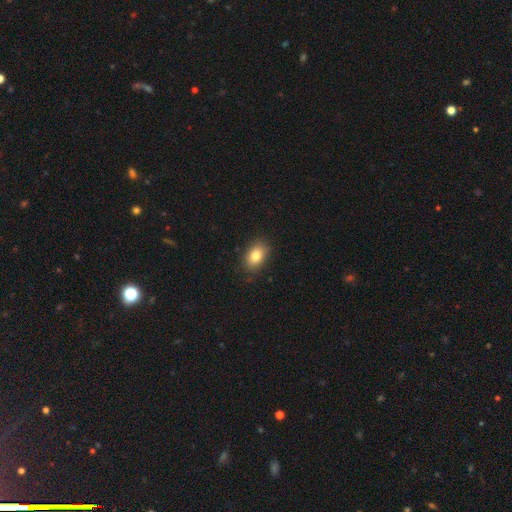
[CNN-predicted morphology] smooth 83%, star or artifact 9%, featured or disk 8%. Down the decision tree: how rounded — in between (81%); merging — none (86%).